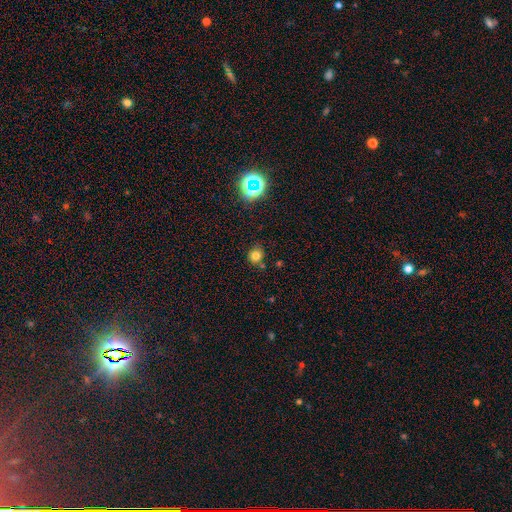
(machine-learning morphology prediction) Smooth or featured? smooth (76%)
How rounded? round (87%)
Merging? none (77%)